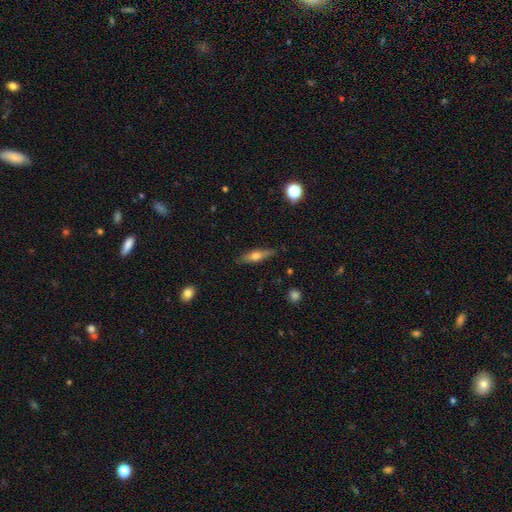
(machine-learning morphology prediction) smooth_or_featured: smooth (p=0.47) [alt: featured or disk p=0.45]
merging: none (p=0.83) [alt: minor disturbance p=0.13]